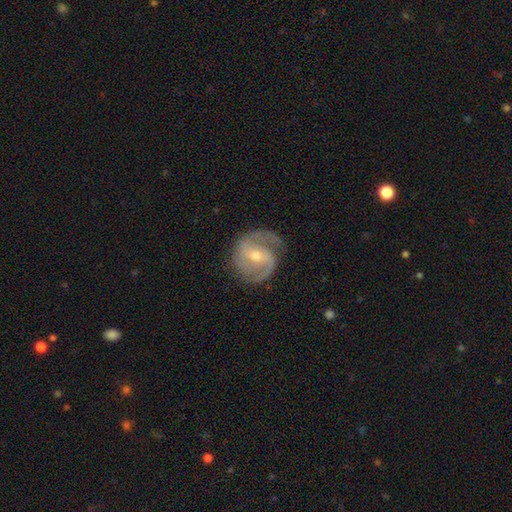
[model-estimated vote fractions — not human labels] A featured or disk galaxy (87%) with a weak bar (48%), 2 (76%) medium (52%) spiral arms (96%) and a small central bulge (51%).

Vote fractions:
- Smooth or featured? featured or disk: 87% / smooth: 8% / star or artifact: 5%
- Edge-on disk? no: 98% / yes: 2%
- Bar? weak: 48% / no: 26% / strong: 26%
- Spiral arms? yes: 96% / no: 4%
- Spiral winding? medium: 52% / tight: 30% / loose: 18%
- Spiral arm count? 2: 76% / 3: 9% / can't tell: 6% / 1: 5% / 4: 2% / more than 4: 2%
- Bulge size? small: 51% / moderate: 46% / large: 1% / none: 1% / dominant: 1%
- Merging? none: 73% / minor disturbance: 18% / major disturbance: 8% / merger: 1%